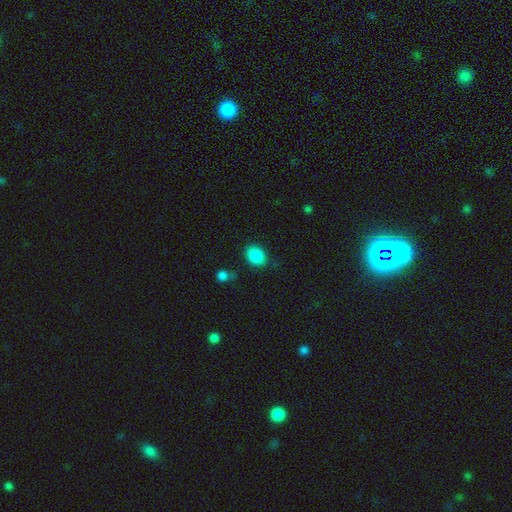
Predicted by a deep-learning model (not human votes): Smooth or featured? smooth (87%)
How rounded? in between (69%)
Merging? none (80%)